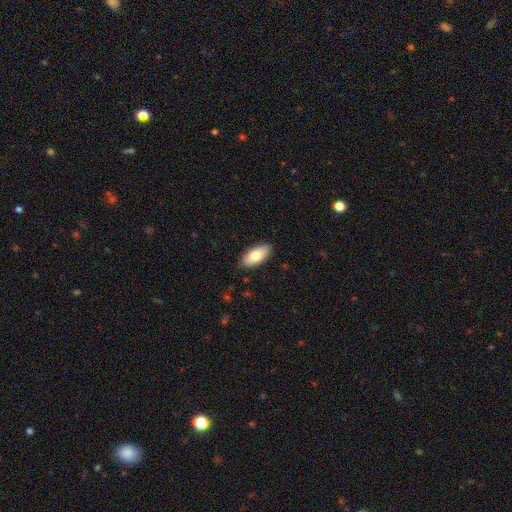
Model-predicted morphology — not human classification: smooth_or_featured: smooth (p=0.79) [alt: featured or disk p=0.15]
how_rounded: in between (p=0.90) [alt: cigar-shaped p=0.08]
merging: none (p=0.86) [alt: minor disturbance p=0.11]